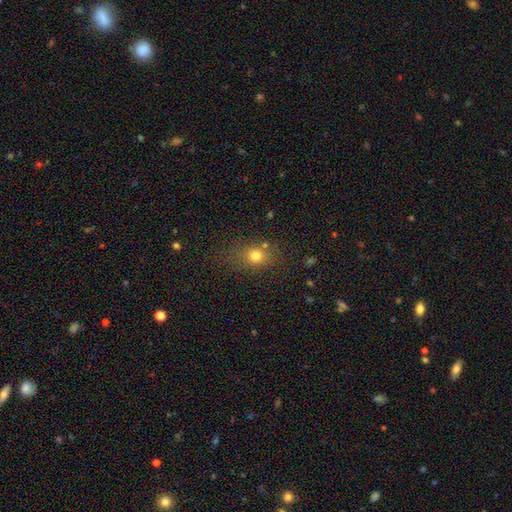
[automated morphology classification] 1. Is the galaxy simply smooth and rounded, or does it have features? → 75% smooth, 15% star or artifact, 10% featured or disk.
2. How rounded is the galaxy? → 60% round, 38% in between, 2% cigar-shaped.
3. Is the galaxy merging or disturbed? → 71% none, 16% minor disturbance, 8% major disturbance, 5% merger.